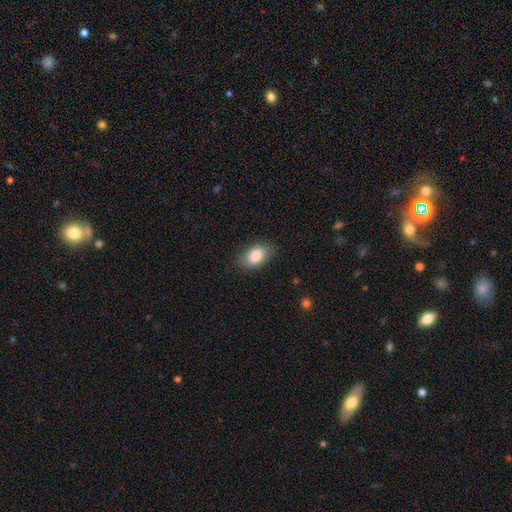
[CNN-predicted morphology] smooth_or_featured: smooth (p=0.84) [alt: featured or disk p=0.08]
how_rounded: in between (p=0.89) [alt: round p=0.09]
merging: none (p=0.82) [alt: minor disturbance p=0.14]